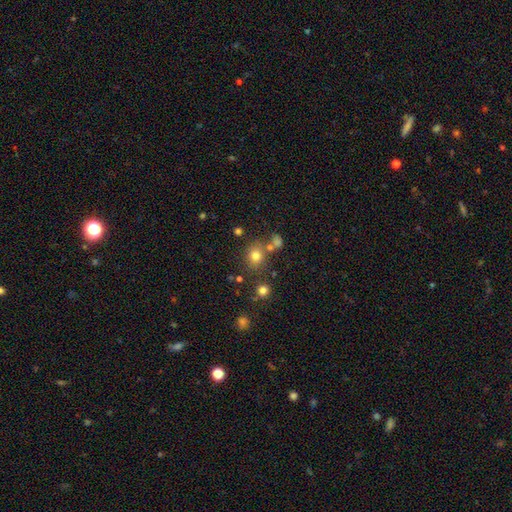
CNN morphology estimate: A smooth galaxy with no disk features (75%) that is round (76%). Merging: none (70%).